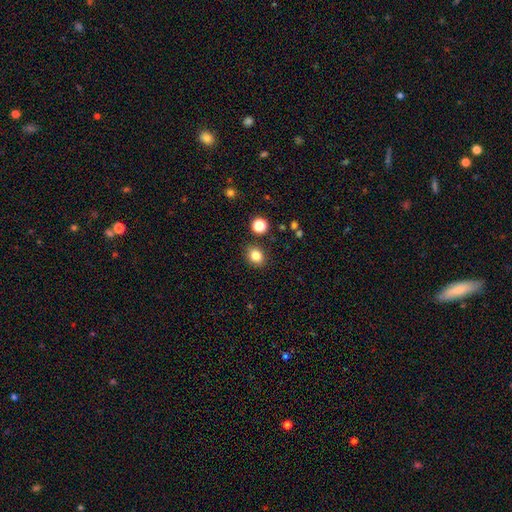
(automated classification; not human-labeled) smooth_or_featured: smooth (p=0.82) [alt: star or artifact p=0.12]
how_rounded: round (p=0.61) [alt: in between p=0.38]
merging: none (p=0.87) [alt: minor disturbance p=0.08]